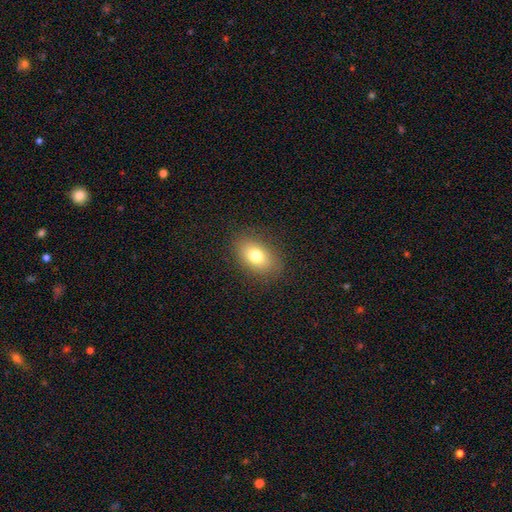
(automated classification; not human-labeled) The model was most divided on "smooth or featured": smooth: 77%, featured or disk: 13%, star or artifact: 10%. More confident: merging — none (86%); how rounded — in between (84%).